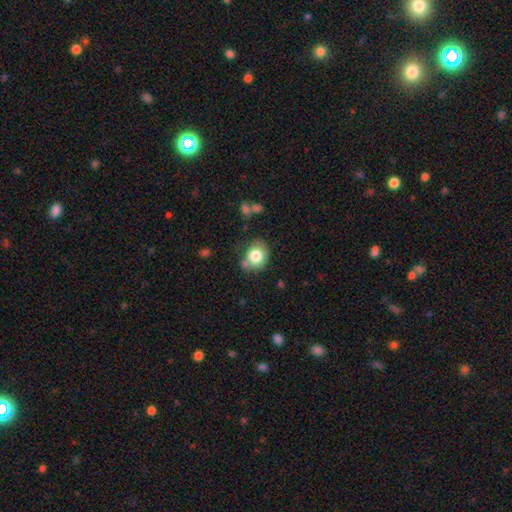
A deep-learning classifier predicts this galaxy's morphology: smooth 79%, featured or disk 12%, star or artifact 9%. Down the decision tree: how rounded — round (66%); merging — none (66%).